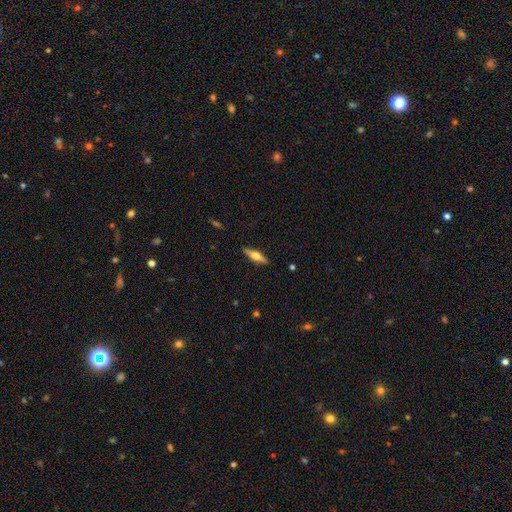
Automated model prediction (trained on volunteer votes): Smooth or featured? featured or disk (52%)
Edge-on disk? yes (94%)
Merging? none (89%)